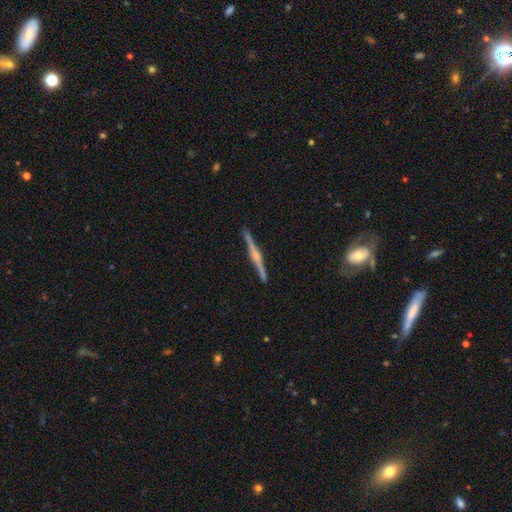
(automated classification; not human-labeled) This is clearly a featured or disk galaxy (83%). It is clearly viewed edge-on (98%). Edge-on bulge: likely rounded (80%). Merging: clearly none (91%).